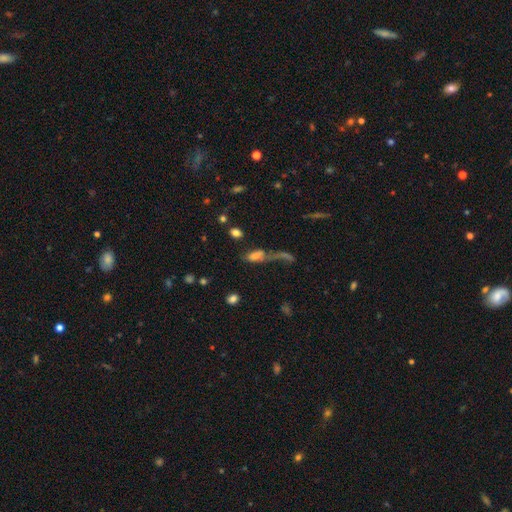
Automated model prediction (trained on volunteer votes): A smooth galaxy with no disk features (60%) that is in between round and cigar-shaped (77%).

Vote fractions:
- Smooth or featured? smooth: 60% / featured or disk: 25% / star or artifact: 16%
- How rounded? in between: 77% / cigar-shaped: 16% / round: 7%
- Merging? merger: 35% / major disturbance: 31% / none: 22% / minor disturbance: 13%